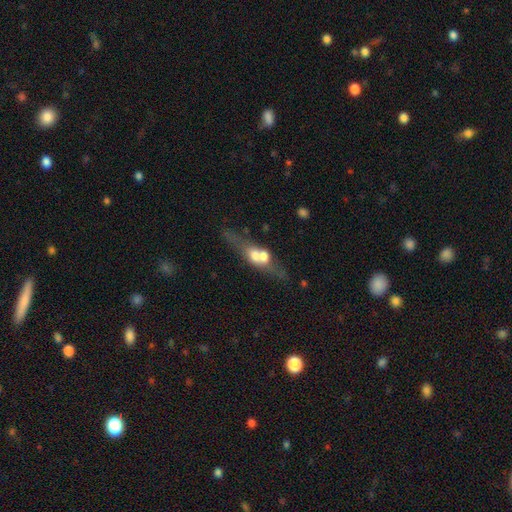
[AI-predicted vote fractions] Q: Smooth or featured?
A: featured or disk (47%); runner-up: smooth (44%)
Q: Merging?
A: merger (47%); runner-up: none (34%)